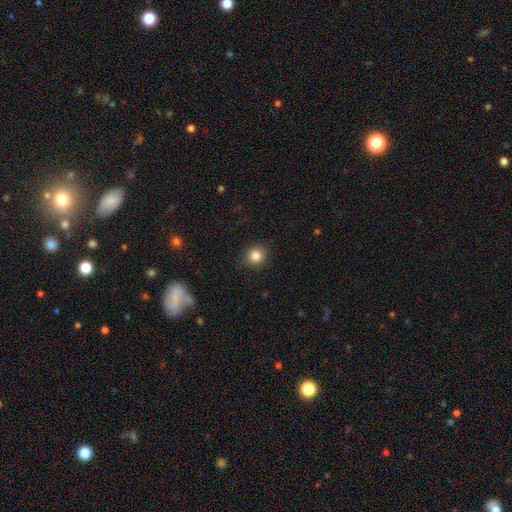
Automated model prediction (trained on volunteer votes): Q: Smooth or featured?
A: smooth (85%); runner-up: star or artifact (10%)
Q: How rounded?
A: round (80%); runner-up: in between (19%)
Q: Merging?
A: none (86%); runner-up: minor disturbance (10%)